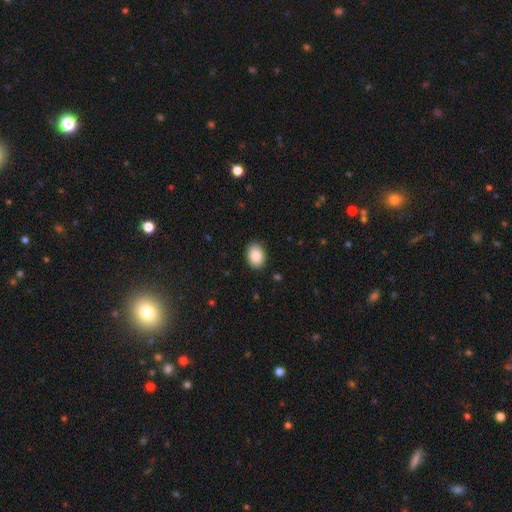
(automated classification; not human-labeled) Smooth or featured: smooth — 87% (star or artifact — 7%)
How rounded: in between — 74% (round — 25%)
Merging: none — 90% (minor disturbance — 8%)